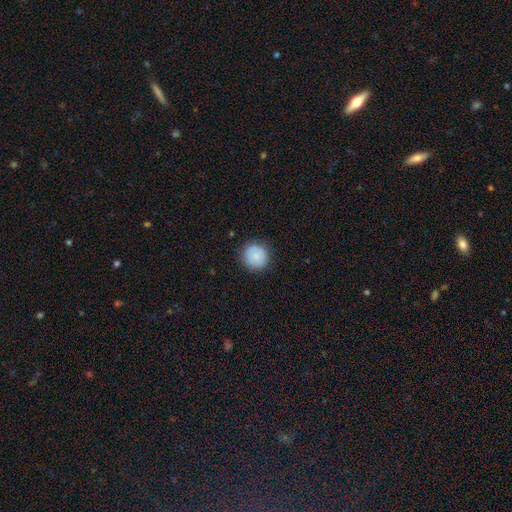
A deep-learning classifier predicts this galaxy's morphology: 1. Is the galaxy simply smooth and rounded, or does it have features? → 84% smooth, 8% featured or disk, 8% star or artifact.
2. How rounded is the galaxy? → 93% round, 6% in between, 1% cigar-shaped.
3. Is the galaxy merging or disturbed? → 89% none, 8% minor disturbance, 2% major disturbance, 1% merger.